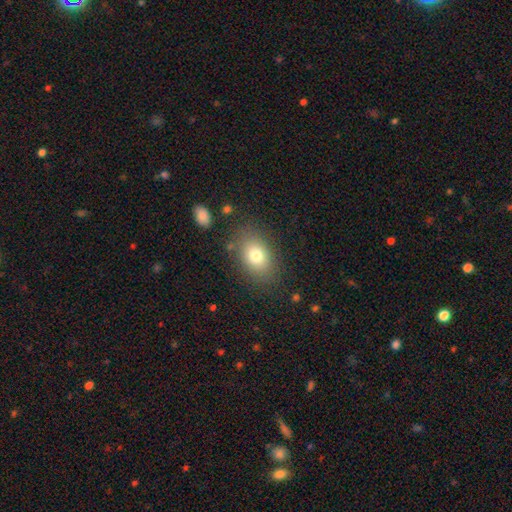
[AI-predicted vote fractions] smooth-or-featured: smooth: 77% | featured or disk: 13% | star or artifact: 10%
  how-rounded: in between: 79% | round: 19% | cigar-shaped: 1%
  merging: none: 80% | minor disturbance: 12% | major disturbance: 5% | merger: 2%